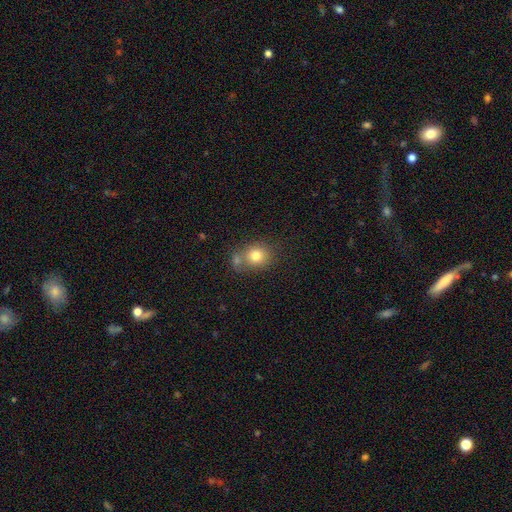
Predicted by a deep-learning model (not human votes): Overall: smooth (78%). How rounded: round (72%). Merging: none (53%; merger 29%).